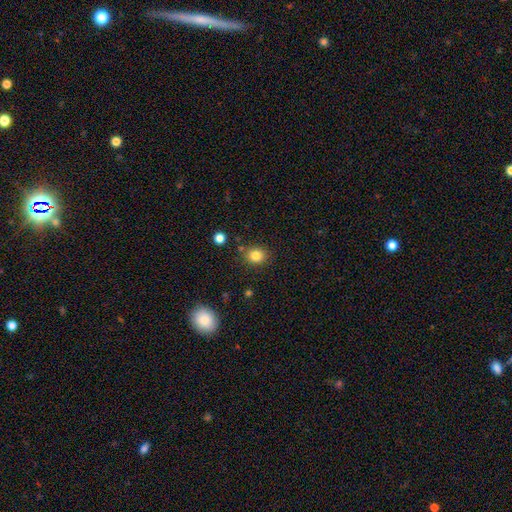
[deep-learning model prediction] This appears to be a smooth galaxy with no disk features (83%) that is round (75%). Merging: none (83%).